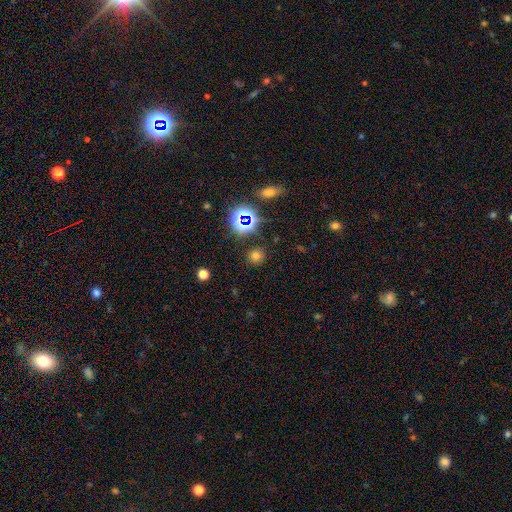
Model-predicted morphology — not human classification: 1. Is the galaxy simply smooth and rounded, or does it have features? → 67% smooth, 26% star or artifact, 7% featured or disk.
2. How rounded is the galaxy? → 89% round, 10% in between, 1% cigar-shaped.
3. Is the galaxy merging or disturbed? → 87% none, 8% minor disturbance, 3% major disturbance, 2% merger.